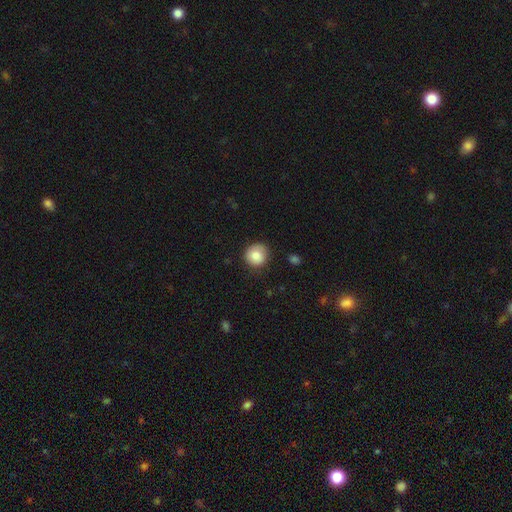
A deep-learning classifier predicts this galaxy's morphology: smooth-or-featured: smooth: 83% | star or artifact: 8% | featured or disk: 8%
  how-rounded: round: 89% | in between: 10% | cigar-shaped: 1%
  merging: none: 79% | minor disturbance: 16% | major disturbance: 3% | merger: 2%